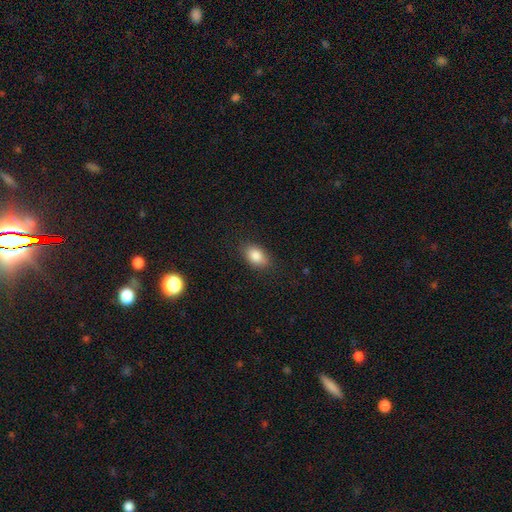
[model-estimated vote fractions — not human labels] This is clearly a smooth galaxy (85%). How rounded: clearly in between (85%). Merging: clearly none (84%).